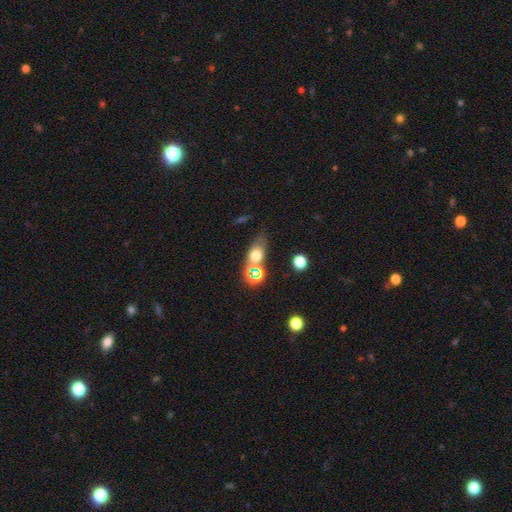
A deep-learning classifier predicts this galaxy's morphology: Smooth or featured? smooth (63%)
How rounded? in between (62%)
Merging? none (54%)